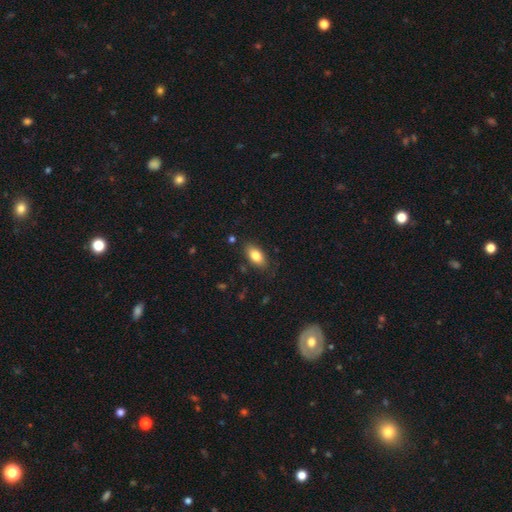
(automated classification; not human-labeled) smooth 82%, featured or disk 11%, star or artifact 7%. Down the decision tree: how rounded — in between (91%); merging — none (82%).